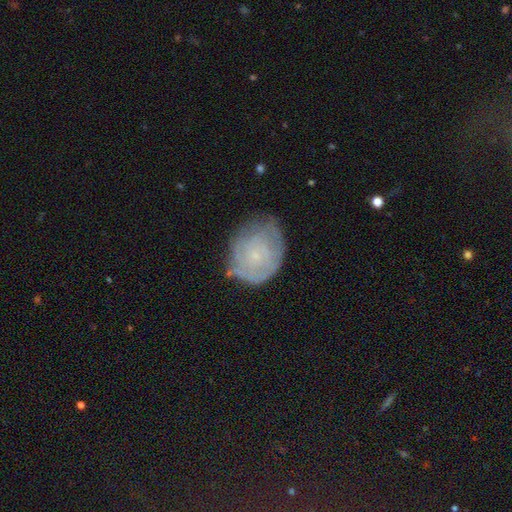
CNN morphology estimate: A featured or disk galaxy (57%) with no bar (83%), spiral arms (71%) and a small central bulge (77%). Merging: none (56%).